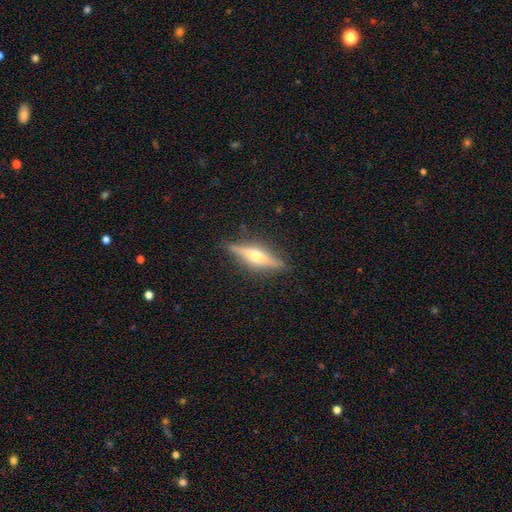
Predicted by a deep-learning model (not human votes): Overall: featured or disk (71%). Edge-on disk: yes (96%). Edge-on bulge: rounded (91%). Merging: none (87%).